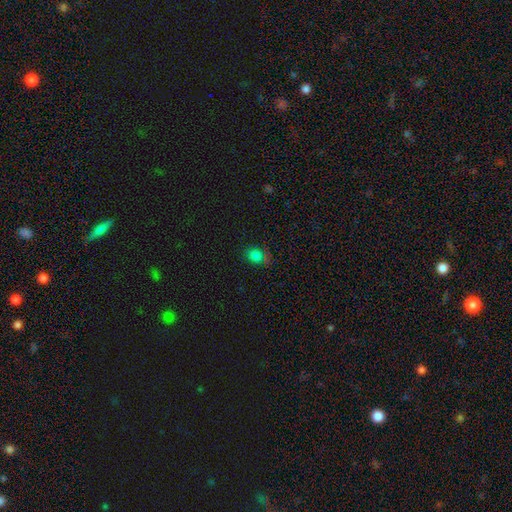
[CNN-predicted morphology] A smooth galaxy with no disk features (76%) that is in between round and cigar-shaped (51%). Merging: none (69%).